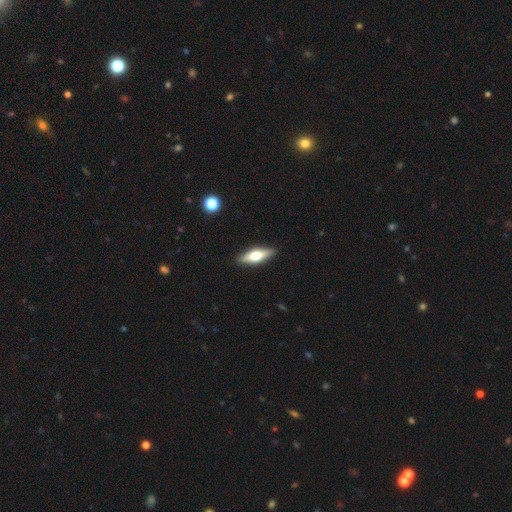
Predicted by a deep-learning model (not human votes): A featured or disk galaxy (52%) viewed edge-on (92%).

Vote fractions:
- Smooth or featured? featured or disk: 52% / smooth: 43% / star or artifact: 6%
- Edge-on disk? yes: 92% / no: 8%
- Merging? none: 89% / minor disturbance: 8% / major disturbance: 2% / merger: 1%